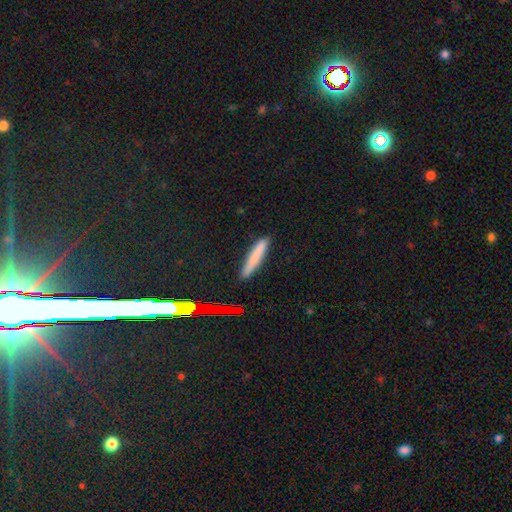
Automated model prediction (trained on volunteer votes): This appears to be a smooth galaxy with no disk features (75%) that is cigar-shaped (93%). Merging: none (88%).